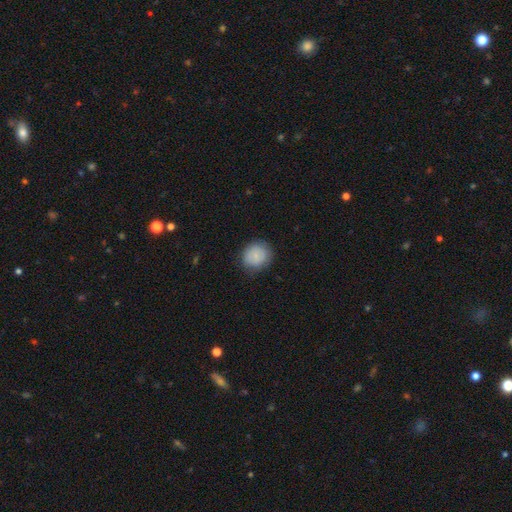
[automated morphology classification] type=smooth (81%); roundness=round (79%); merging=none (82%).